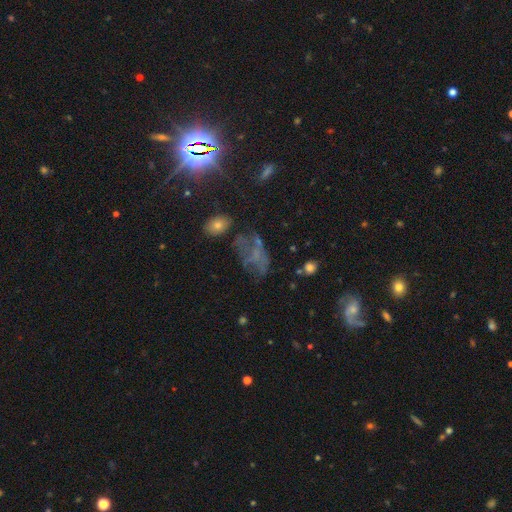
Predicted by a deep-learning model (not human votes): Q: Smooth or featured?
A: featured or disk (42%); runner-up: smooth (30%)
Q: Merging?
A: none (41%); runner-up: major disturbance (29%)